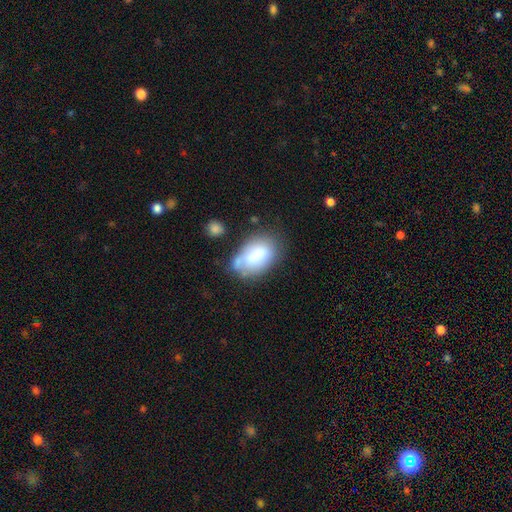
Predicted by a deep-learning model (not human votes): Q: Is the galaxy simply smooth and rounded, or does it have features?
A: smooth — 68%.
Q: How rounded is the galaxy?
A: in between — 90%.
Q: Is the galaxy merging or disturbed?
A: none — 44%.